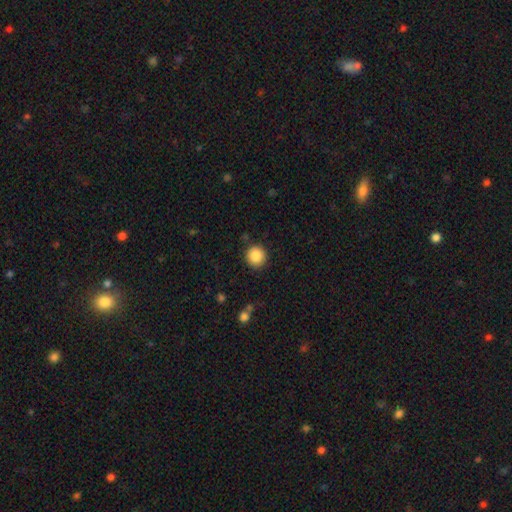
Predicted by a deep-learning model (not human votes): smooth_or_featured: smooth (p=0.87) [alt: star or artifact p=0.09]
how_rounded: round (p=0.93) [alt: in between p=0.06]
merging: none (p=0.89) [alt: minor disturbance p=0.07]